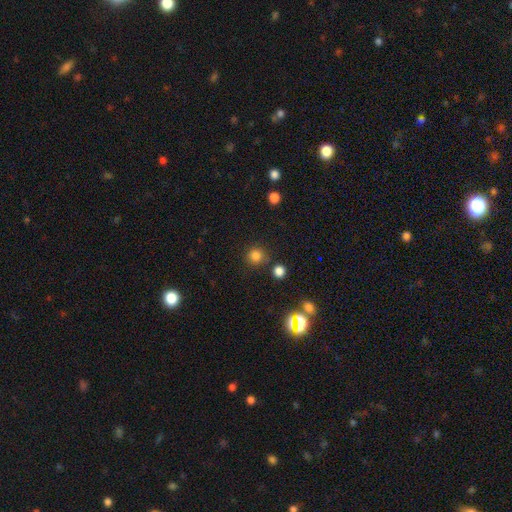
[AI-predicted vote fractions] smooth-or-featured: smooth: 79% | star or artifact: 17% | featured or disk: 5%
  how-rounded: round: 91% | in between: 8% | cigar-shaped: 1%
  merging: none: 81% | minor disturbance: 9% | merger: 7% | major disturbance: 4%